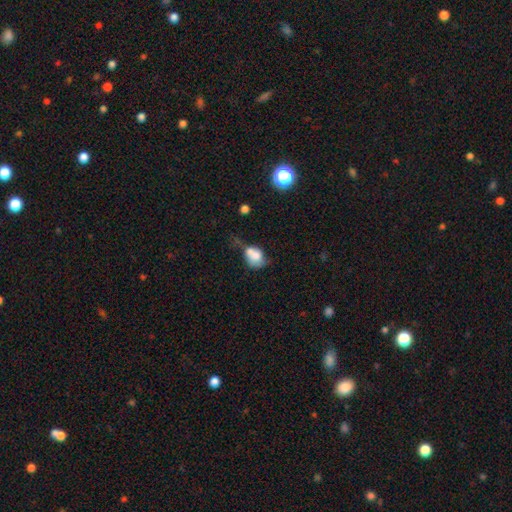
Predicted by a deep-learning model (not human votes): The model was most divided on "how rounded": in between: 52%, round: 46%, cigar-shaped: 1%. Remaining: smooth or featured — smooth (69%); merging — merger (50%).